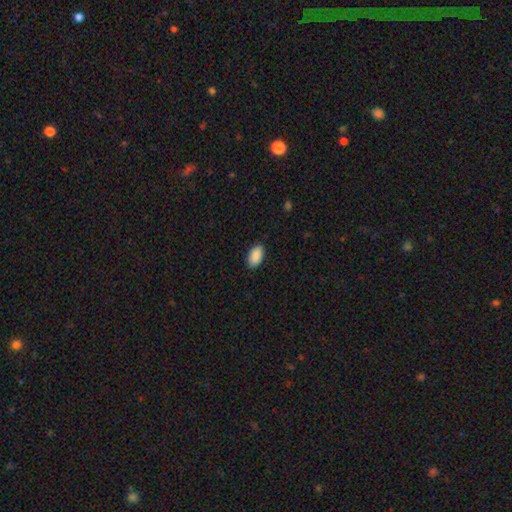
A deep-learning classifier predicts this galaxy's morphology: Smooth or featured: smooth — 90% (star or artifact — 7%)
How rounded: in between — 95% (round — 4%)
Merging: none — 88% (minor disturbance — 9%)